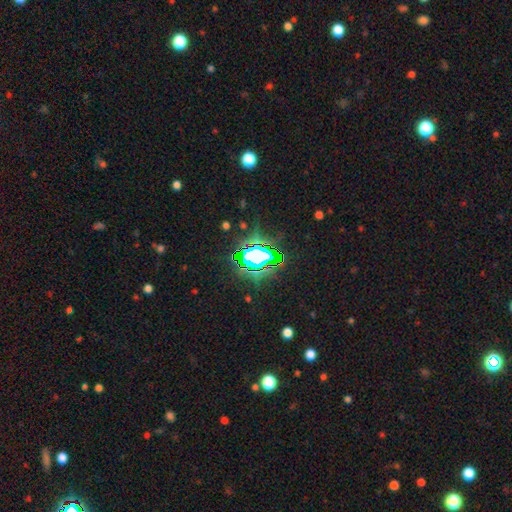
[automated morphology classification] The model was most divided on "smooth or featured": star or artifact: 72%, smooth: 16%, featured or disk: 12%.